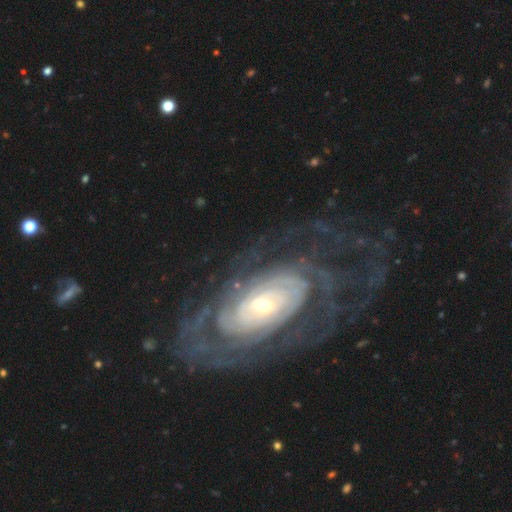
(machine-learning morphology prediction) Q: Smooth or featured?
A: featured or disk (82%); runner-up: smooth (11%)
Q: Edge-on disk?
A: no (93%); runner-up: yes (7%)
Q: Bar?
A: no (75%); runner-up: weak (16%)
Q: Spiral arms?
A: yes (81%); runner-up: no (19%)
Q: Spiral winding?
A: tight (74%); runner-up: medium (18%)
Q: Spiral arm count?
A: can't tell (53%); runner-up: 2 (17%)
Q: Bulge size?
A: small (52%); runner-up: moderate (35%)
Q: Merging?
A: none (69%); runner-up: minor disturbance (15%)